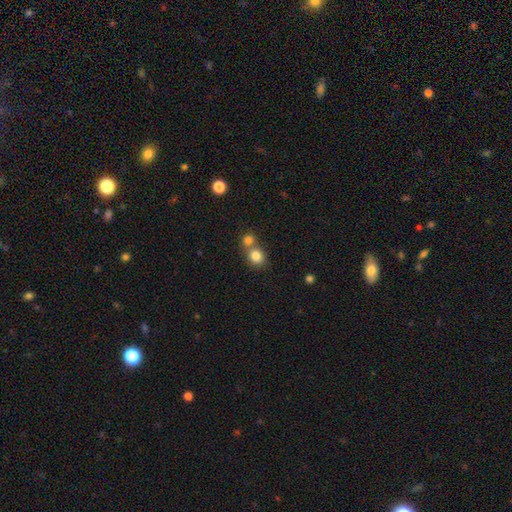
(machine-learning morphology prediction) smooth 82%, star or artifact 11%, featured or disk 7%. Down the decision tree: how rounded — round (75%); merging — none (48%).